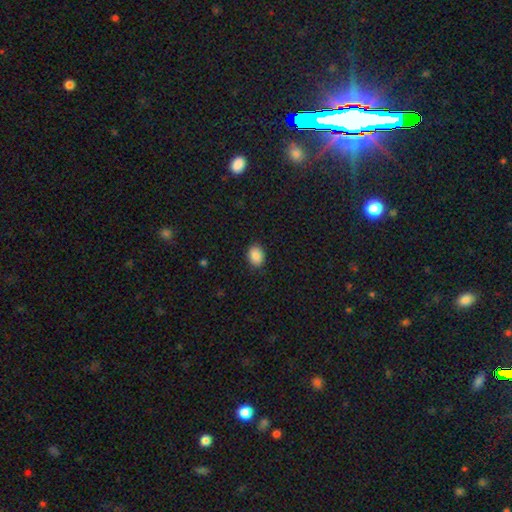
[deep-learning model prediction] Morphology: type=smooth (88%); roundness=in between (68%); merging=none (87%).